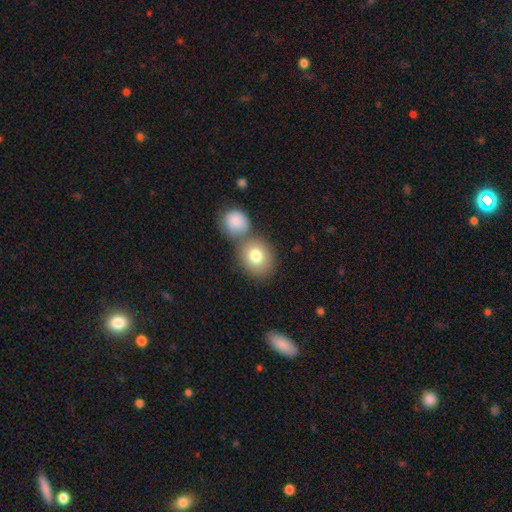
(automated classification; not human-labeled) The model was most divided on "merging": none: 54%, merger: 32%, minor disturbance: 10%, major disturbance: 4%. More confident: smooth or featured — smooth (80%); how rounded — round (66%).